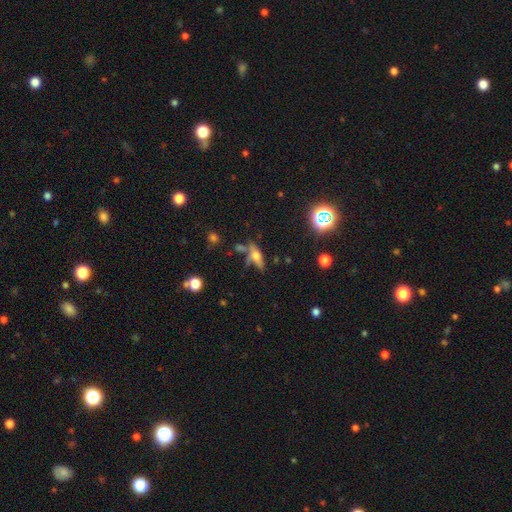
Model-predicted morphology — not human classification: This is possibly a smooth galaxy (46%). Merging: possibly none (52%).